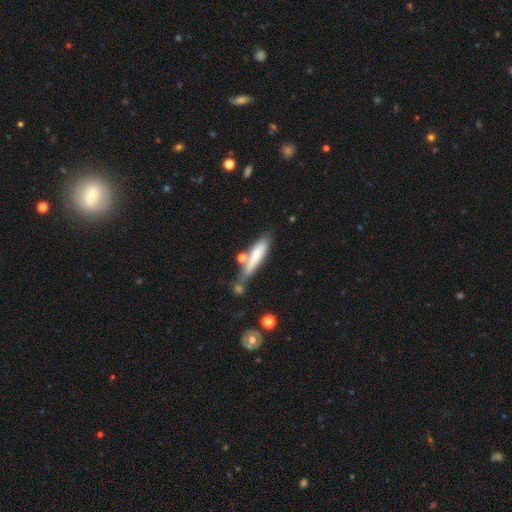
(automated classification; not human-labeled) The model was most divided on "merging": none: 49%, minor disturbance: 22%, merger: 20%, major disturbance: 9%. More confident: how rounded — cigar-shaped (77%); smooth or featured — smooth (67%).